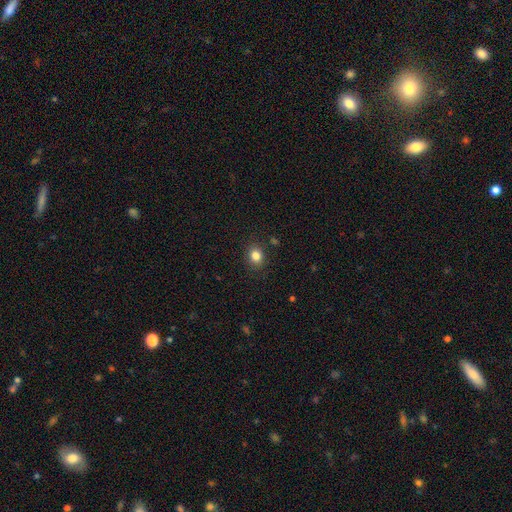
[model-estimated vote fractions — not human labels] smooth_or_featured: smooth (p=0.84) [alt: star or artifact p=0.11]
how_rounded: round (p=0.63) [alt: in between p=0.36]
merging: none (p=0.87) [alt: minor disturbance p=0.08]